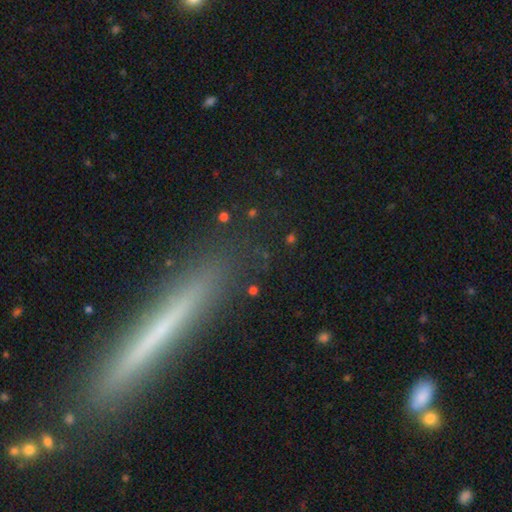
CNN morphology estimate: Smooth or featured?
  - featured or disk: 45% *
  - smooth: 39%
  - star or artifact: 16%
Merging?
  - none: 77% *
  - minor disturbance: 13%
  - major disturbance: 6%
  - merger: 3%